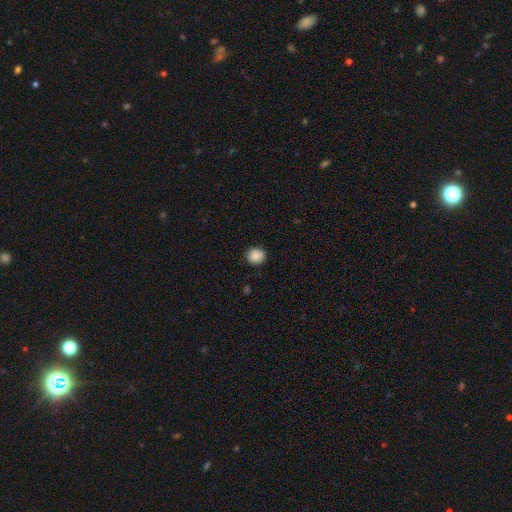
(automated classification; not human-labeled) Smooth or featured: smooth — 89% (star or artifact — 9%)
How rounded: round — 81% (in between — 18%)
Merging: none — 89% (minor disturbance — 8%)